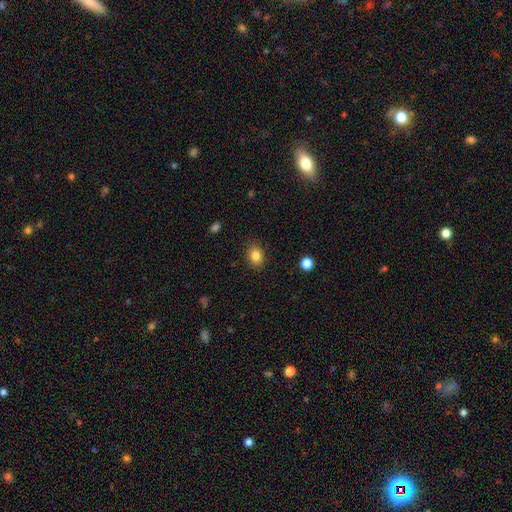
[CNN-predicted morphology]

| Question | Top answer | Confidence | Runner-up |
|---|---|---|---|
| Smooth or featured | smooth | 82% | star or artifact (10%) |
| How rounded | in between | 63% | round (36%) |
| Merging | none | 87% | minor disturbance (9%) |